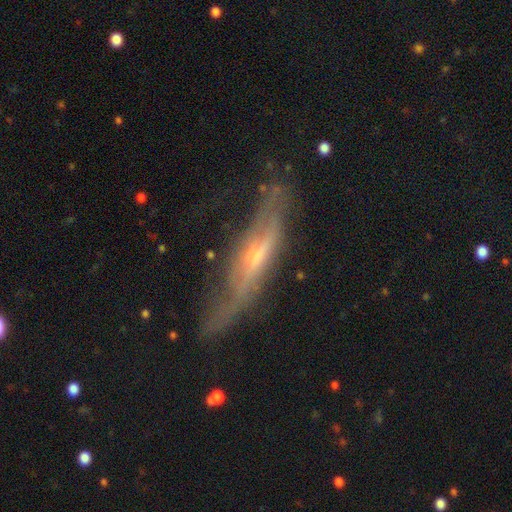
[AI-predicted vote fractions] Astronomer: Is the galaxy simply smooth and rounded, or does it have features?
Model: featured or disk — 72%.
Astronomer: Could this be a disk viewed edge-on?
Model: yes — 69%.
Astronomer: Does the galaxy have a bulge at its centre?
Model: rounded — 69%.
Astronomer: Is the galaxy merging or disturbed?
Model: none — 55%.